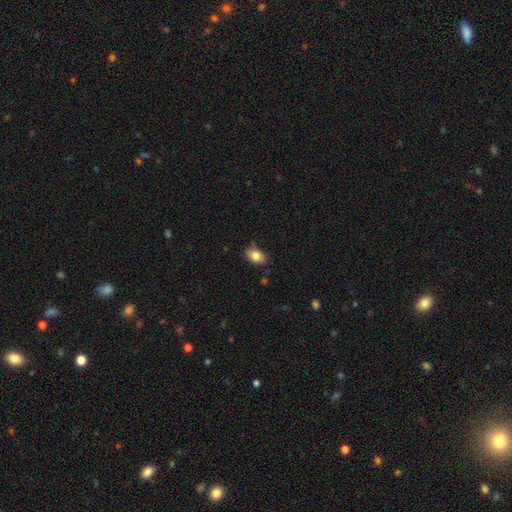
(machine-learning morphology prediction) Overall: smooth (83%). How rounded: in between (82%). Merging: none (77%).